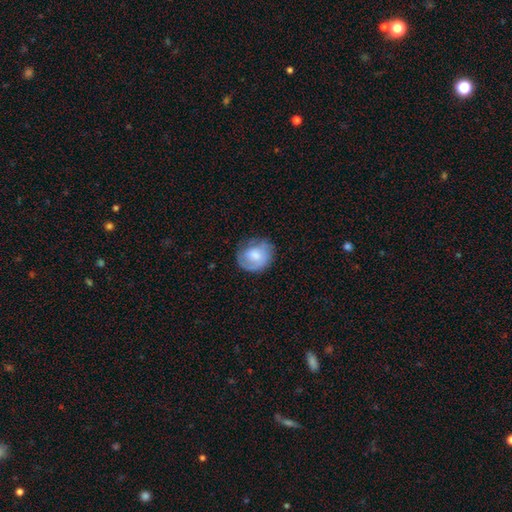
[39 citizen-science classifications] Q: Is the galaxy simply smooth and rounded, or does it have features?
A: smooth — 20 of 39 (51%).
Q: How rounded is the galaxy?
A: round — 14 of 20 (70%).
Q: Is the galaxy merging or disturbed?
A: none — 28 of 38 (74%).